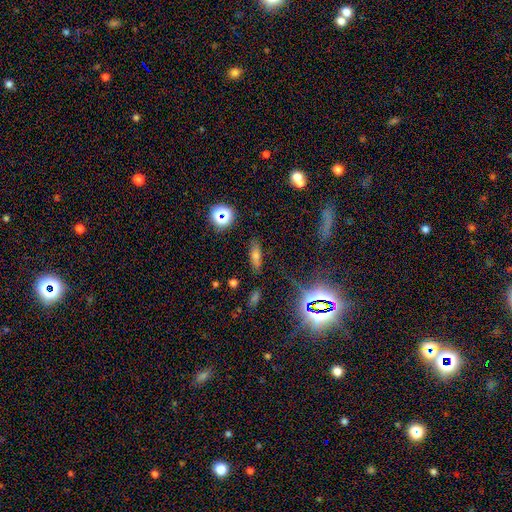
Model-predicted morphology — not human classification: Smooth or featured: smooth — 61% (star or artifact — 22%)
How rounded: in between — 50% (cigar-shaped — 45%)
Merging: none — 81% (minor disturbance — 13%)